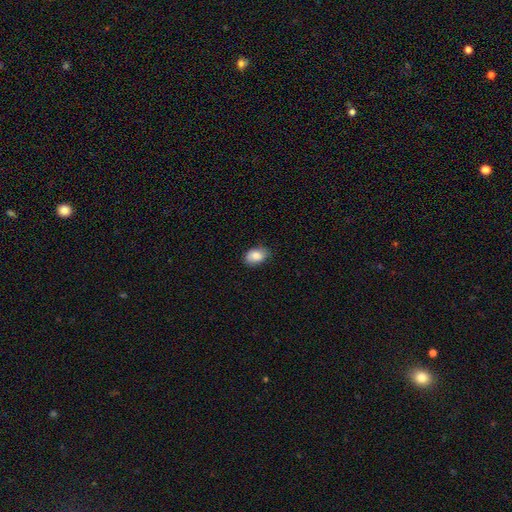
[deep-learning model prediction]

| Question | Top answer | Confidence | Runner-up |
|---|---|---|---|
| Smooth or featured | smooth | 86% | star or artifact (8%) |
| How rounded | in between | 81% | round (18%) |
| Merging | none | 78% | minor disturbance (18%) |